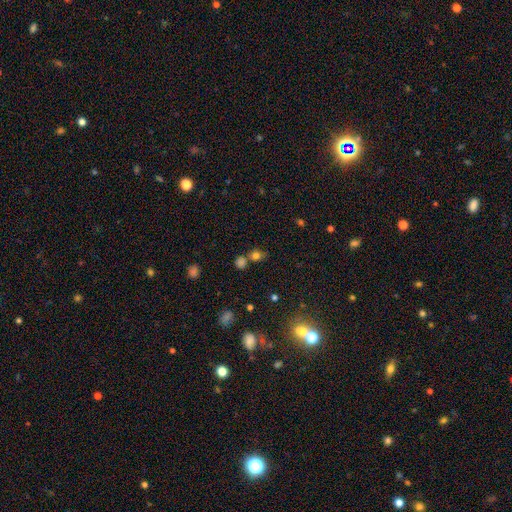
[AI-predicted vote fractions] Q: Smooth or featured?
A: smooth (71%); runner-up: star or artifact (21%)
Q: How rounded?
A: round (73%); runner-up: in between (25%)
Q: Merging?
A: none (58%); runner-up: merger (27%)